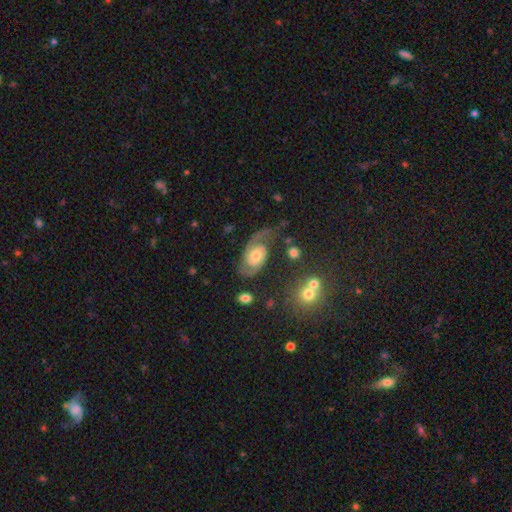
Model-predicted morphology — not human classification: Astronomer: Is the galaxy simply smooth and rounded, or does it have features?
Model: featured or disk — 82%.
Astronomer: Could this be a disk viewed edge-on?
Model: no — 97%.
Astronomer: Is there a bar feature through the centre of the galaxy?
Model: no — 69%.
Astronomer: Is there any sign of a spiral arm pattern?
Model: yes — 95%.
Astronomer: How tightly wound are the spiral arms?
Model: medium — 43% (runner-up: tight, 39%).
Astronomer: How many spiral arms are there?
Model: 2 — 81%.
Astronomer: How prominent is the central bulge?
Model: moderate — 59%.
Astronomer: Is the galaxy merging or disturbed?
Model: none — 61%.